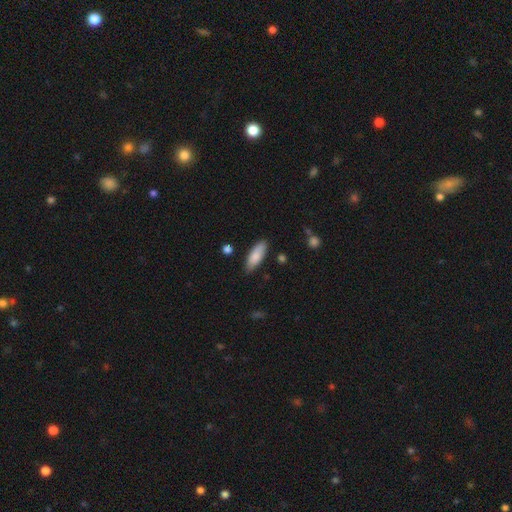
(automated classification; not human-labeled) smooth_or_featured: smooth (p=0.84) [alt: featured or disk p=0.10]
how_rounded: in between (p=0.64) [alt: cigar-shaped p=0.35]
merging: none (p=0.83) [alt: minor disturbance p=0.13]